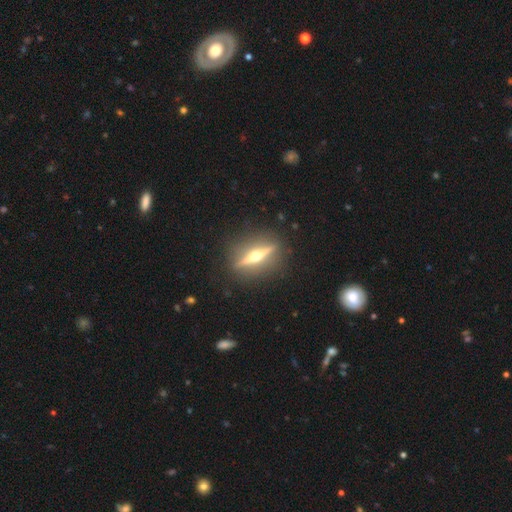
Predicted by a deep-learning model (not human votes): The model was most divided on "smooth or featured": featured or disk: 82%, smooth: 12%, star or artifact: 6%. More confident: edge-on bulge — rounded (96%); edge-on disk — yes (95%); merging — none (89%).